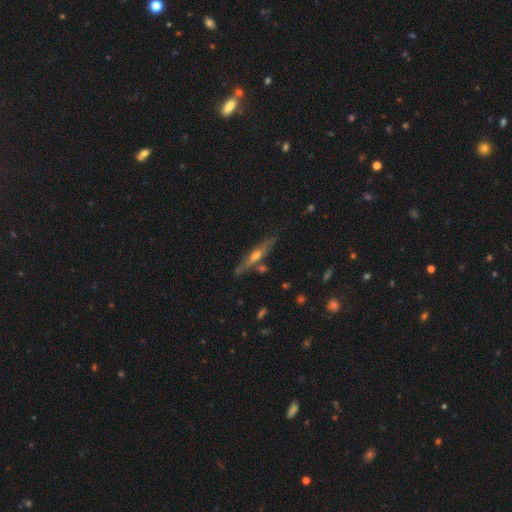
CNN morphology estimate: This appears to be a featured or disk galaxy (66%) viewed edge-on (93%) with a rounded central bulge (85%). Merging: none (78%).